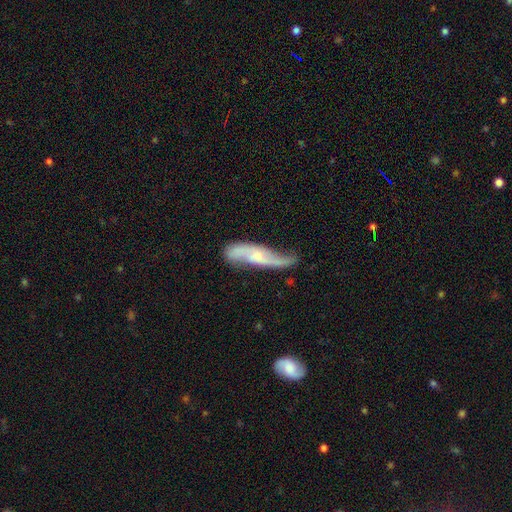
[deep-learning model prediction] Smooth or featured? featured or disk (71%)
Edge-on disk? no (75%)
Bar? no (59%)
Spiral arms? yes (90%)
Bulge size? small (51%)
Merging? none (48%)